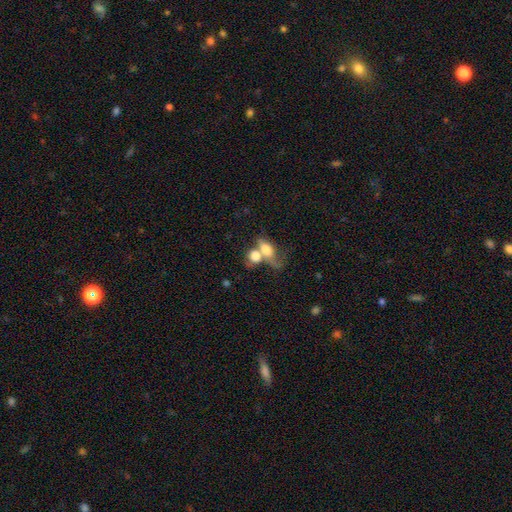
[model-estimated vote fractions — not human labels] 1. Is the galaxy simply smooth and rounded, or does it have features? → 70% smooth, 20% featured or disk, 10% star or artifact.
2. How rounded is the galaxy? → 63% in between, 33% round, 5% cigar-shaped.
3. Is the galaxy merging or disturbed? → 66% merger, 17% none, 10% major disturbance, 7% minor disturbance.